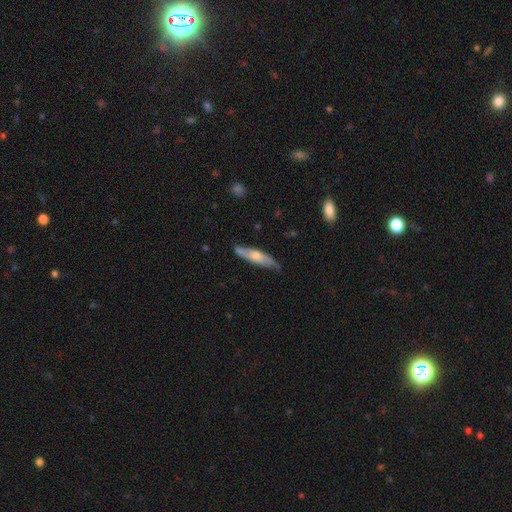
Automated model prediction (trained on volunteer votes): featured or disk 55%, smooth 39%, star or artifact 6%. Down the decision tree: edge-on disk — no (50%, tied with yes); merging — none (69%).